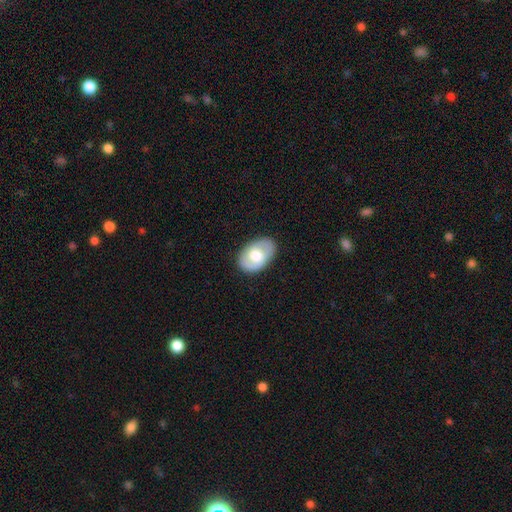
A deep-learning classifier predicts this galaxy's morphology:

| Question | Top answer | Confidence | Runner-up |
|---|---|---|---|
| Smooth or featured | smooth | 54% | featured or disk (40%) |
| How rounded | in between | 88% | round (11%) |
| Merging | none | 84% | minor disturbance (12%) |